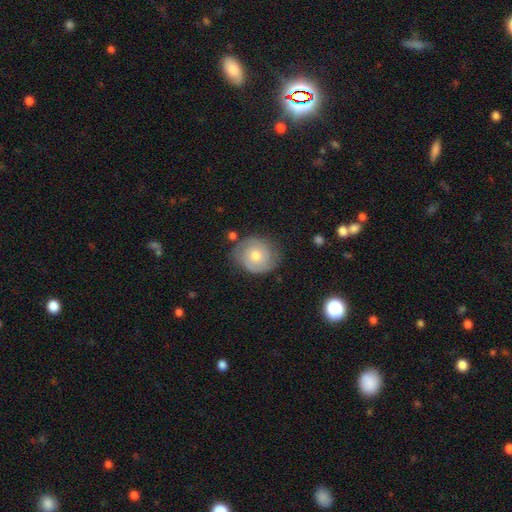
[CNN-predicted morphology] Smooth or featured? featured or disk (55%)
Edge-on disk? no (97%)
Bar? no (78%)
Spiral arms? yes (84%)
Bulge size? moderate (66%)
Merging? none (72%)